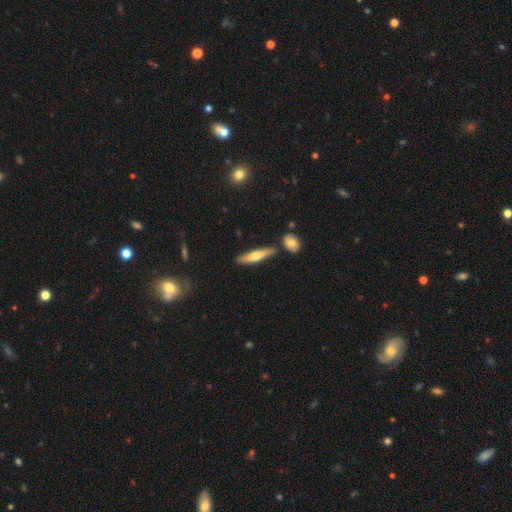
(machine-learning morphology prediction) Smooth or featured? Predicted: smooth (p=0.51). How rounded? Predicted: cigar-shaped (p=0.82). Merging? Predicted: none (p=0.81).